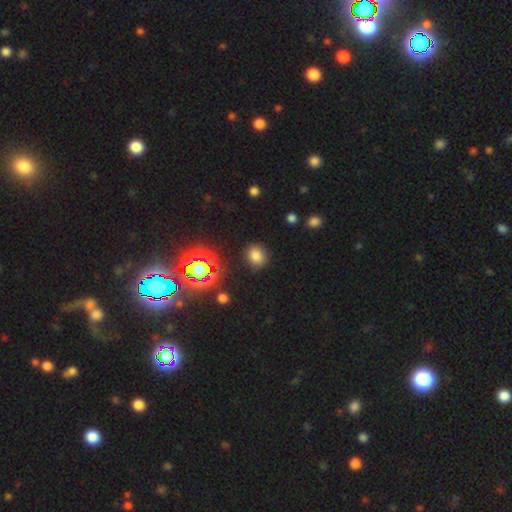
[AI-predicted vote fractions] Morphology: type=smooth (75%); roundness=round (59%); merging=none (84%).